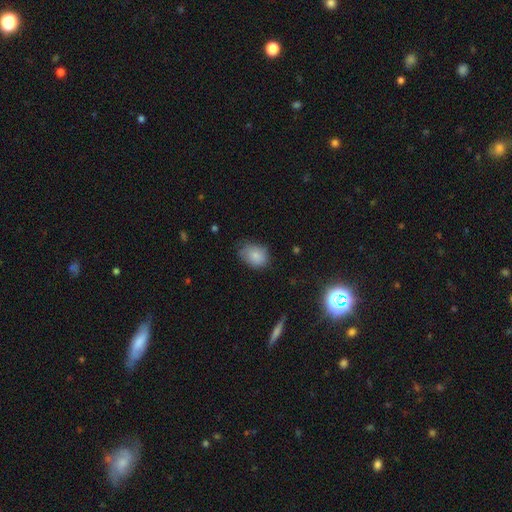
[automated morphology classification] A smooth galaxy with no disk features (82%) that is in between round and cigar-shaped (69%). Merging: none (61%).